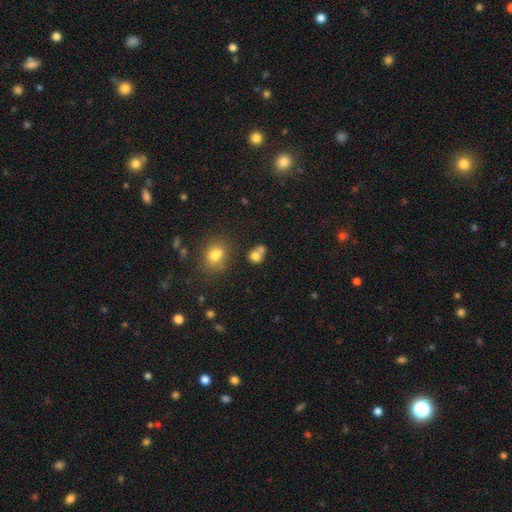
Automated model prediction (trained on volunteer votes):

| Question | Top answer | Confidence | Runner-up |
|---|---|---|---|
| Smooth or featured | smooth | 74% | star or artifact (14%) |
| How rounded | round | 63% | in between (36%) |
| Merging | merger | 49% | none (35%) |